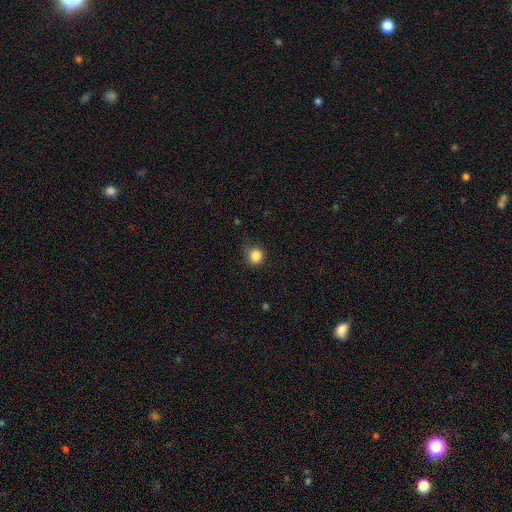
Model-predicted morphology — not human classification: smooth-or-featured: smooth: 85% | star or artifact: 11% | featured or disk: 4%
  how-rounded: round: 84% | in between: 15% | cigar-shaped: 1%
  merging: none: 70% | minor disturbance: 23% | major disturbance: 6% | merger: 1%